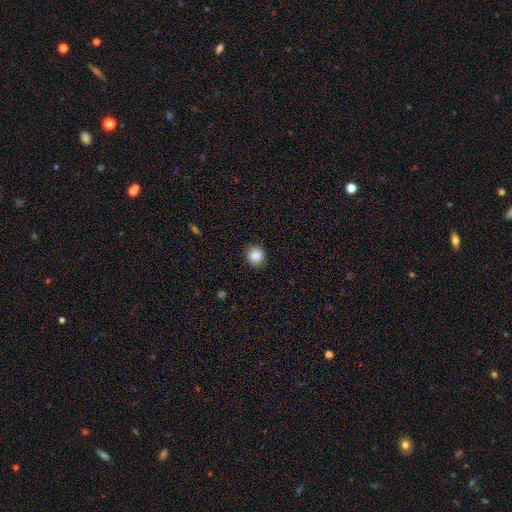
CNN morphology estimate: Smooth or featured? smooth (87%)
How rounded? round (83%)
Merging? none (84%)